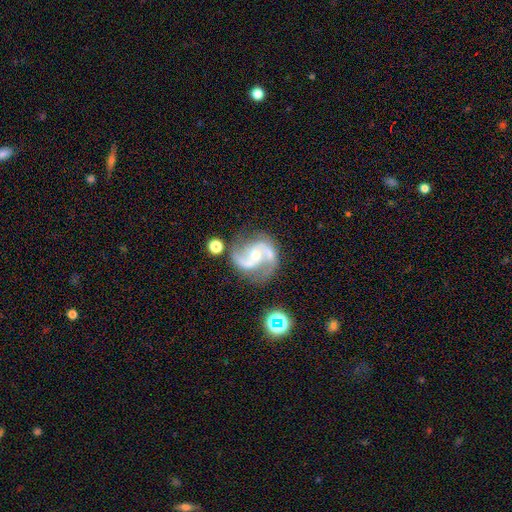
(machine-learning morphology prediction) A featured or disk galaxy (90%) with no bar (48%), 2 (93%) medium (61%) spiral arms (98%) and a moderate central bulge (54%).

Vote fractions:
- Smooth or featured? featured or disk: 90% / star or artifact: 6% / smooth: 4%
- Edge-on disk? no: 98% / yes: 2%
- Bar? no: 48% / weak: 36% / strong: 16%
- Spiral arms? yes: 98% / no: 2%
- Spiral winding? medium: 61% / loose: 26% / tight: 13%
- Spiral arm count? 2: 93% / 3: 2% / can't tell: 2% / 1: 2% / 4: 1% / more than 4: 1%
- Bulge size? moderate: 54% / small: 41% / large: 2% / none: 2% / dominant: 1%
- Merging? none: 69% / minor disturbance: 18% / major disturbance: 8% / merger: 6%